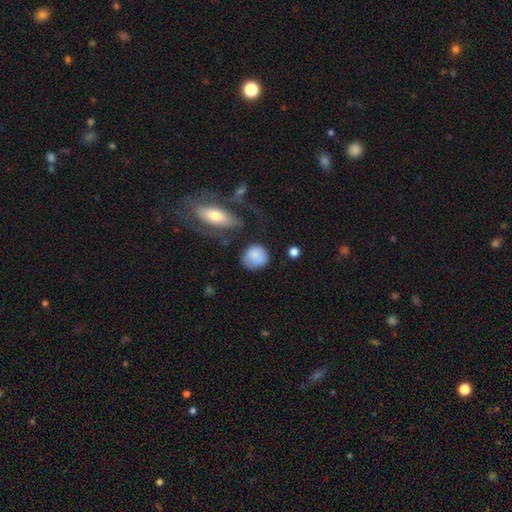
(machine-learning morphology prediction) Smooth or featured? smooth (84%)
How rounded? round (78%)
Merging? none (67%)